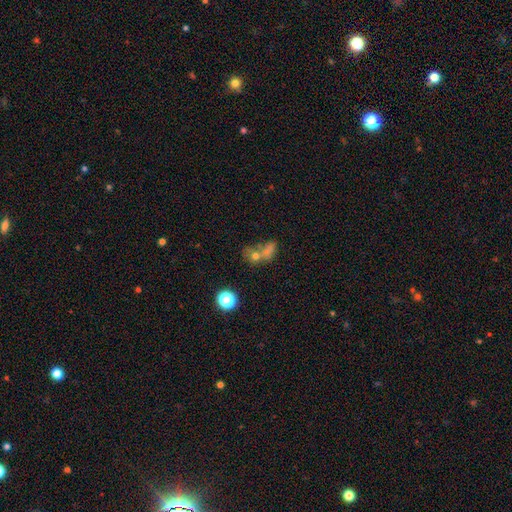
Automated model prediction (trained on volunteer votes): Smooth or featured: smooth — 51% (star or artifact — 28%)
How rounded: in between — 48% (round — 45%)
Merging: merger — 40% (tied with none — 40%)